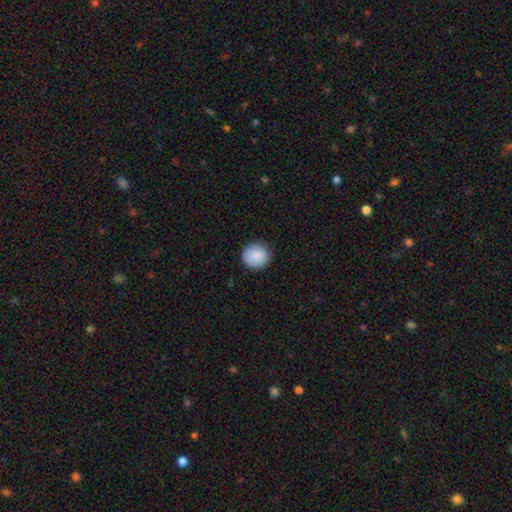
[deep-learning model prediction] Morphology: type=smooth (88%); roundness=round (93%); merging=none (89%).